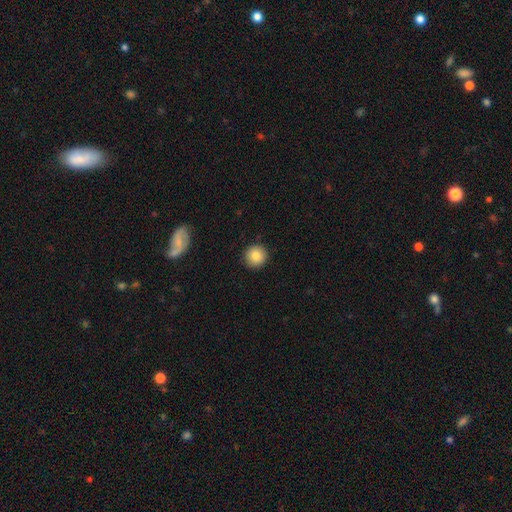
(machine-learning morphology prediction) Smooth or featured?
  - smooth: 84% *
  - star or artifact: 9%
  - featured or disk: 8%
How rounded?
  - round: 94% *
  - in between: 5%
  - cigar-shaped: 1%
Merging?
  - none: 91% *
  - minor disturbance: 6%
  - major disturbance: 2%
  - merger: 1%